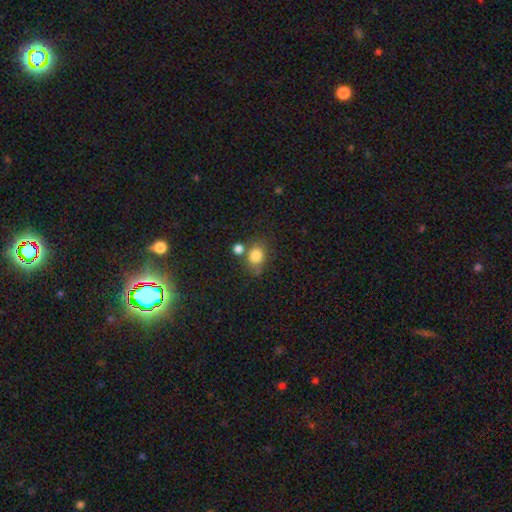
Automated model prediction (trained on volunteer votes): A smooth galaxy with no disk features (81%) that is round (54%). Merging: none (58%).